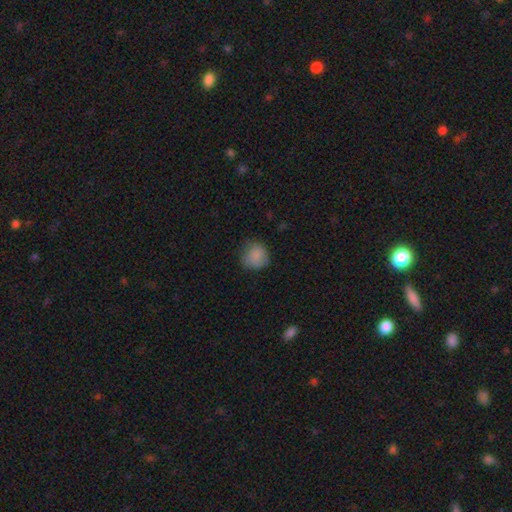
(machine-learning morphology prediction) Q: Smooth or featured?
A: smooth (84%); runner-up: star or artifact (9%)
Q: How rounded?
A: round (87%); runner-up: in between (12%)
Q: Merging?
A: none (71%); runner-up: minor disturbance (22%)